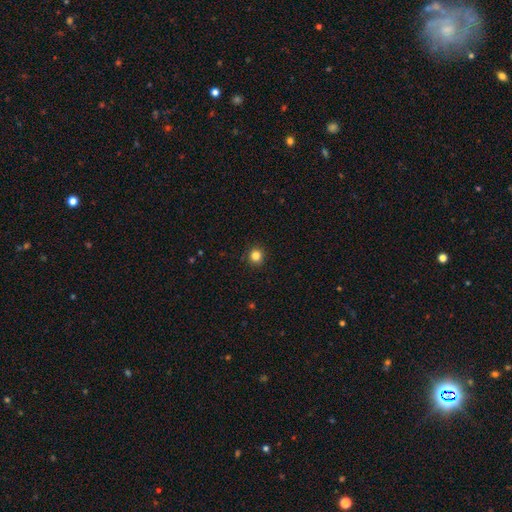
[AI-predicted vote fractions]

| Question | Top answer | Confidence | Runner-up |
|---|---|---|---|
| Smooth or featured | smooth | 83% | star or artifact (12%) |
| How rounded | round | 91% | in between (8%) |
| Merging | none | 92% | minor disturbance (5%) |